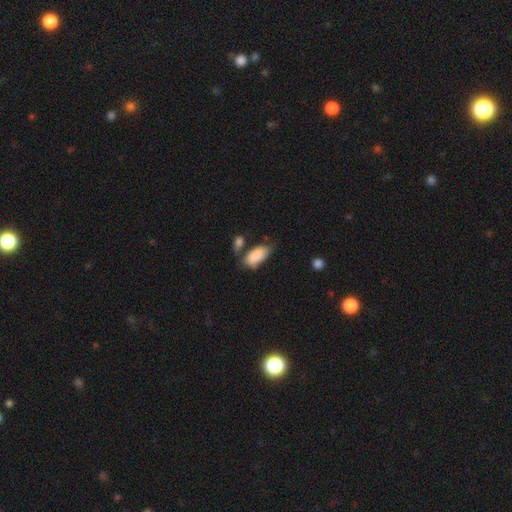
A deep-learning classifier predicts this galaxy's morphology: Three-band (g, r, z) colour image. It shows a smooth galaxy with no disk features (86%) that is in between round and cigar-shaped (93%). Merging: none (45%).